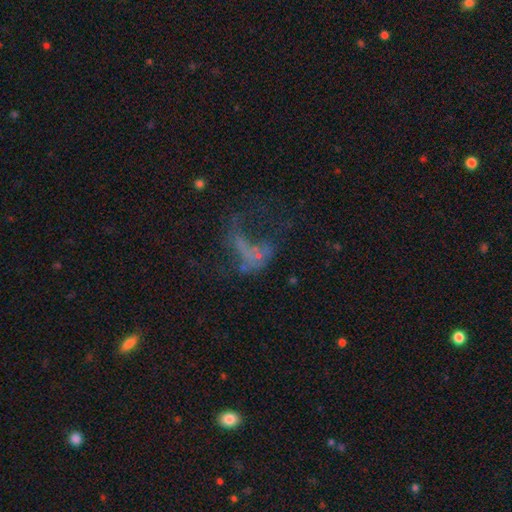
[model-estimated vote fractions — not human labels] This is possibly a featured or disk galaxy (49%). Merging: possibly major disturbance (51%).